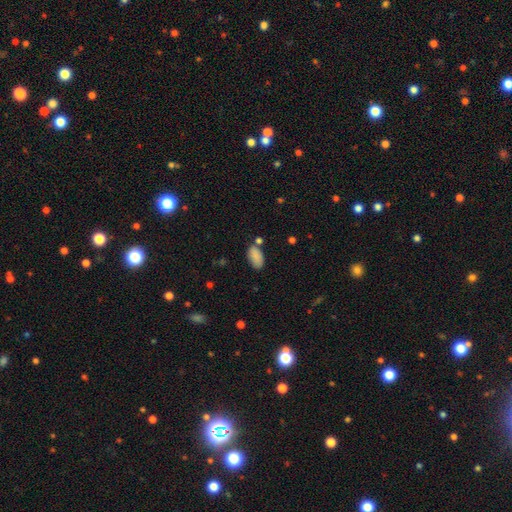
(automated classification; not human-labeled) smooth 87%, star or artifact 8%, featured or disk 5%. Down the decision tree: how rounded — in between (94%); merging — none (68%).